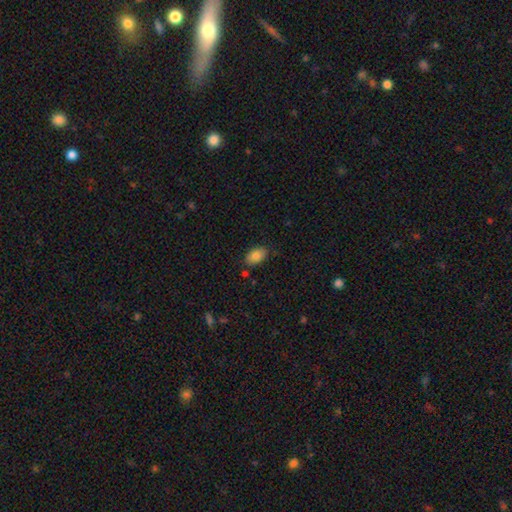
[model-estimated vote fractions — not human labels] Smooth or featured?
  - smooth: 84% *
  - featured or disk: 8%
  - star or artifact: 8%
How rounded?
  - in between: 90% *
  - round: 9%
  - cigar-shaped: 1%
Merging?
  - none: 80% *
  - minor disturbance: 14%
  - merger: 3%
  - major disturbance: 3%